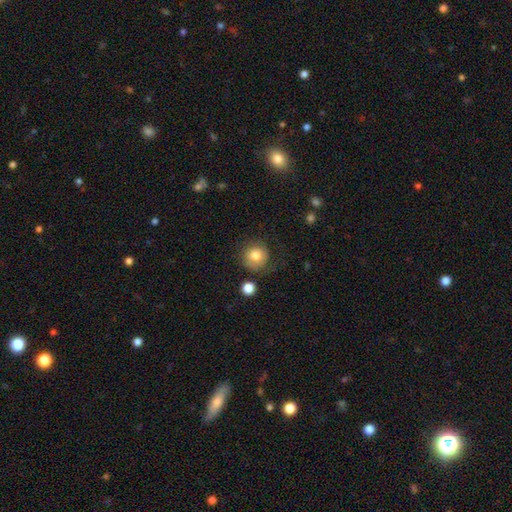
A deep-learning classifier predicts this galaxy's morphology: smooth 79%, featured or disk 12%, star or artifact 10%. Down the decision tree: how rounded — round (92%); merging — none (72%).